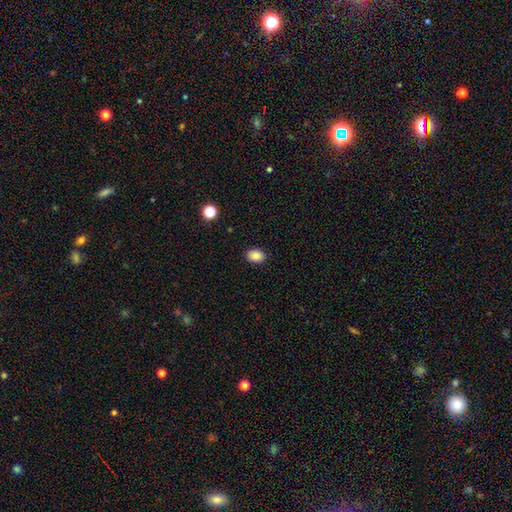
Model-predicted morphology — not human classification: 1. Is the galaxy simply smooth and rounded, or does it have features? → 86% smooth, 9% star or artifact, 5% featured or disk.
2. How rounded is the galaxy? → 69% in between, 30% round, 1% cigar-shaped.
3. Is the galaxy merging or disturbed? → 89% none, 8% minor disturbance, 2% major disturbance, 1% merger.